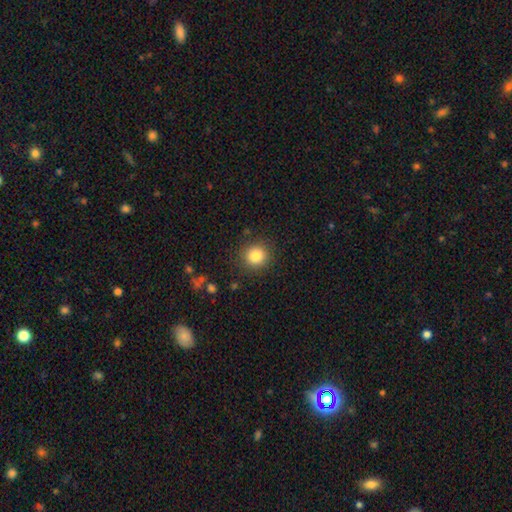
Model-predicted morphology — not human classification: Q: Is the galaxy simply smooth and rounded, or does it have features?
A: smooth — 83%.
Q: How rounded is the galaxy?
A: round — 91%.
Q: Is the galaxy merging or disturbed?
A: none — 88%.